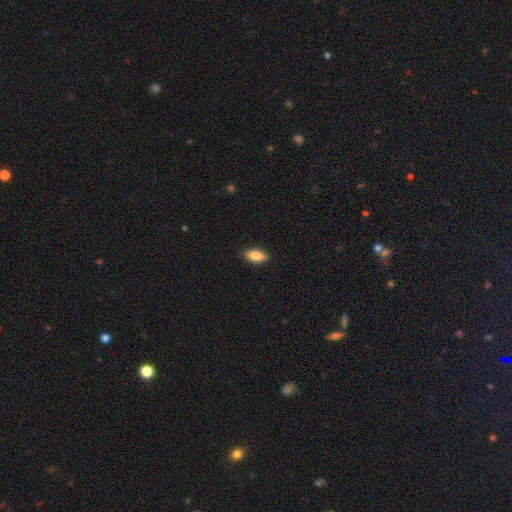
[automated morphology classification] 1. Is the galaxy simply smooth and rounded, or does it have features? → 83% smooth, 10% featured or disk, 7% star or artifact.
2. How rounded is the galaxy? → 85% in between, 12% cigar-shaped, 3% round.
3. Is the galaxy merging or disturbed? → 87% none, 10% minor disturbance, 2% major disturbance, 1% merger.